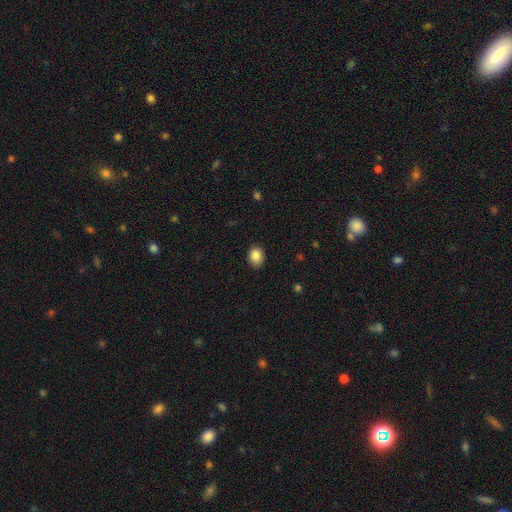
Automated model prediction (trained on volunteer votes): A smooth galaxy with no disk features (87%) that is in between round and cigar-shaped (53%).

Vote fractions:
- Smooth or featured? smooth: 87% / star or artifact: 9% / featured or disk: 5%
- How rounded? in between: 53% / round: 46% / cigar-shaped: 1%
- Merging? none: 87% / minor disturbance: 9% / major disturbance: 2% / merger: 1%